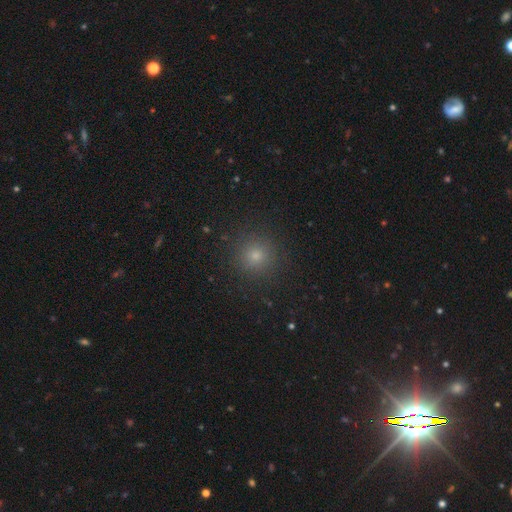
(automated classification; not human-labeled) Overall: smooth (74%). How rounded: round (94%). Merging: none (90%).